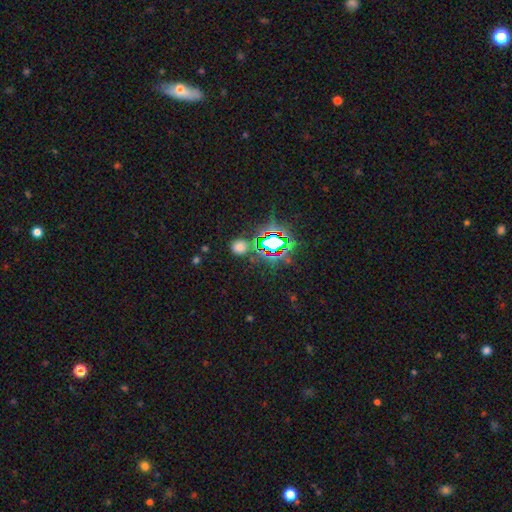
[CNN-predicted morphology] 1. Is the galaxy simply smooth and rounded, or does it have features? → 70% star or artifact, 18% smooth, 11% featured or disk.